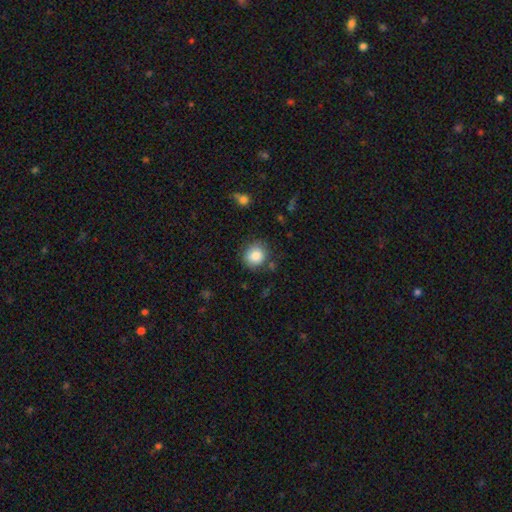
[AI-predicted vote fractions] This appears to be a smooth galaxy with no disk features (85%) that is round (86%). Merging: none (81%).